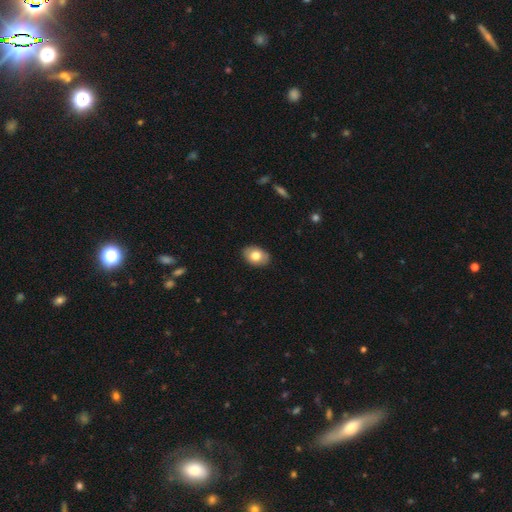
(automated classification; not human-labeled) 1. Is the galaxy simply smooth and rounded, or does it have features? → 77% smooth, 16% featured or disk, 7% star or artifact.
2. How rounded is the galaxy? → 81% in between, 17% round, 1% cigar-shaped.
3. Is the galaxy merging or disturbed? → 88% none, 9% minor disturbance, 2% major disturbance, 1% merger.